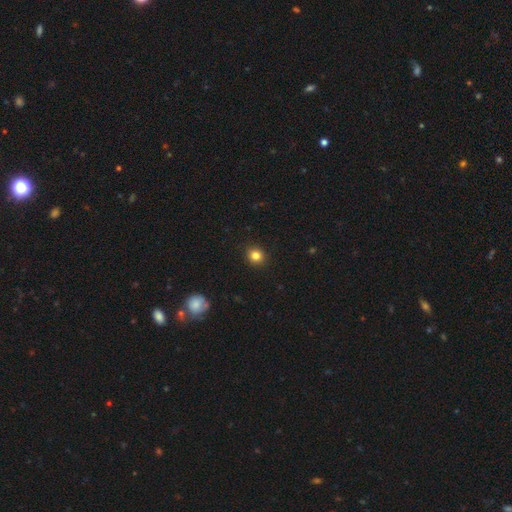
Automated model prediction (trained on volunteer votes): Q: Smooth or featured?
A: smooth (83%); runner-up: star or artifact (12%)
Q: How rounded?
A: round (87%); runner-up: in between (12%)
Q: Merging?
A: none (91%); runner-up: minor disturbance (6%)